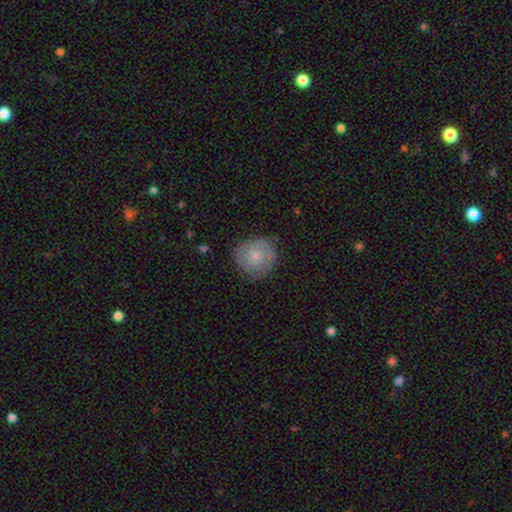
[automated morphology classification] Smooth or featured? Predicted: smooth (p=0.69). How rounded? Predicted: round (p=0.89). Merging? Predicted: none (p=0.76).